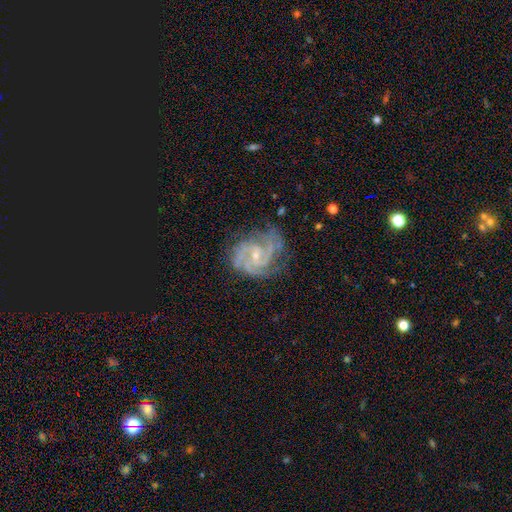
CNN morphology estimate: Smooth or featured? Predicted: featured or disk (p=0.91). Edge-on disk? Predicted: no (p=0.98). Bar? Predicted: no (p=0.46). Spiral arms? Predicted: yes (p=0.98). Spiral winding? Predicted: tight (p=0.51). Spiral arm count? Predicted: 2 (p=0.42). Bulge size? Predicted: small (p=0.71). Merging? Predicted: none (p=0.67).